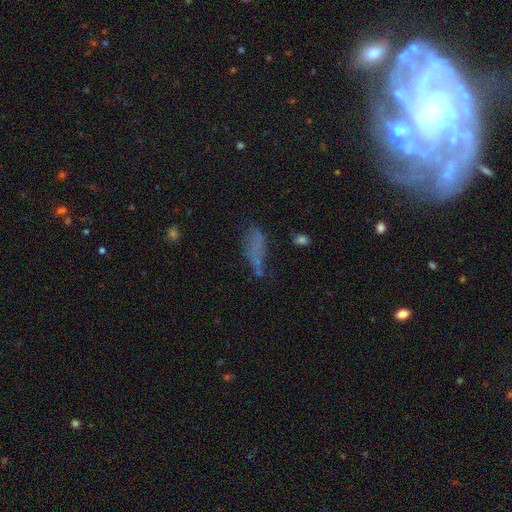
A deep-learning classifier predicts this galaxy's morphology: Smooth or featured? smooth (56%)
How rounded? in between (67%)
Merging? none (41%)